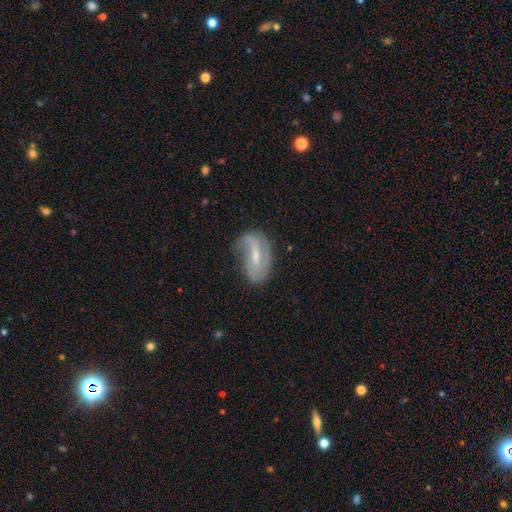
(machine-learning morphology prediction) type=featured or disk (64%); edge-on=no (94%); bar=weak (49%); spiral arms=yes (74%); bulge=small (51%); merging=none (42%).